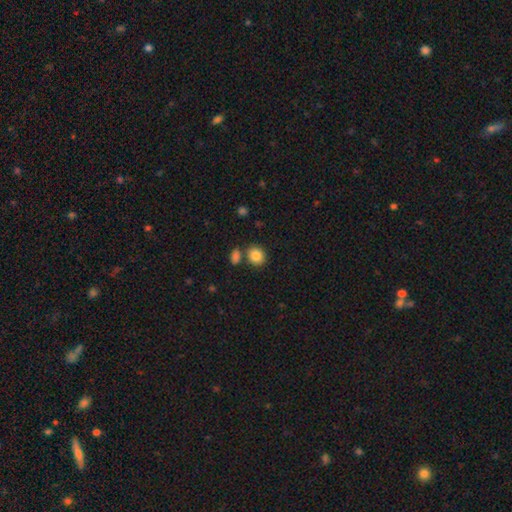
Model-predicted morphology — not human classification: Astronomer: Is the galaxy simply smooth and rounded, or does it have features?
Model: smooth — 86%.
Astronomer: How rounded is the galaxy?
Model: round — 60% (runner-up: in between, 39%).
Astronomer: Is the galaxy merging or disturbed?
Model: none — 70%.